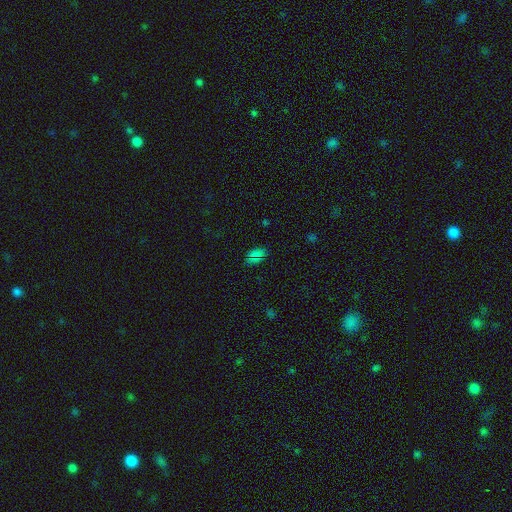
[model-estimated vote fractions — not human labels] Smooth or featured? Predicted: smooth (p=0.65). How rounded? Predicted: in between (p=0.90). Merging? Predicted: none (p=0.83).